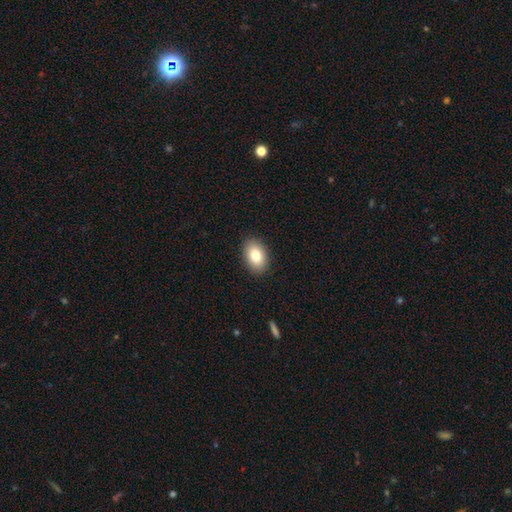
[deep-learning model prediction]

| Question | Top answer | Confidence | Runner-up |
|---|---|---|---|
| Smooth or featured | smooth | 83% | featured or disk (10%) |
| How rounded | in between | 86% | round (12%) |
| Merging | none | 90% | minor disturbance (8%) |